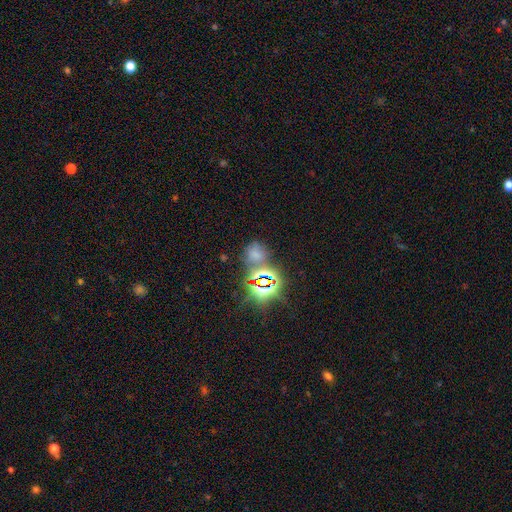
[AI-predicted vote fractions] A star or artifact, not a galaxy (50%).